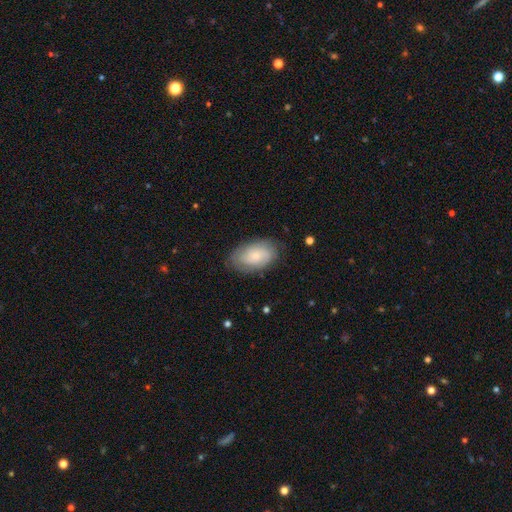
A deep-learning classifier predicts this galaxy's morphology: A smooth galaxy with no disk features (47%). Merging: none (77%).